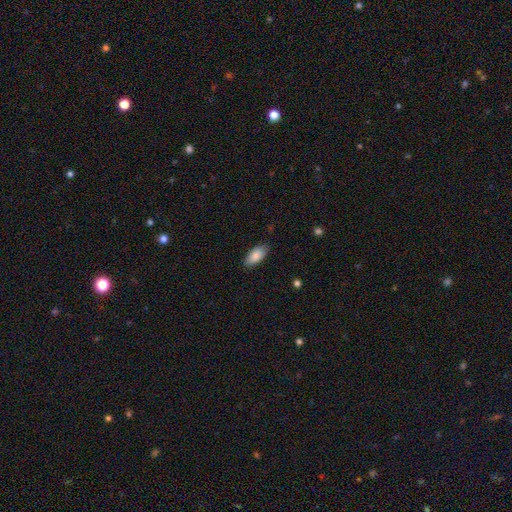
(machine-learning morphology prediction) Overall: smooth (87%). How rounded: in between (91%). Merging: none (84%).